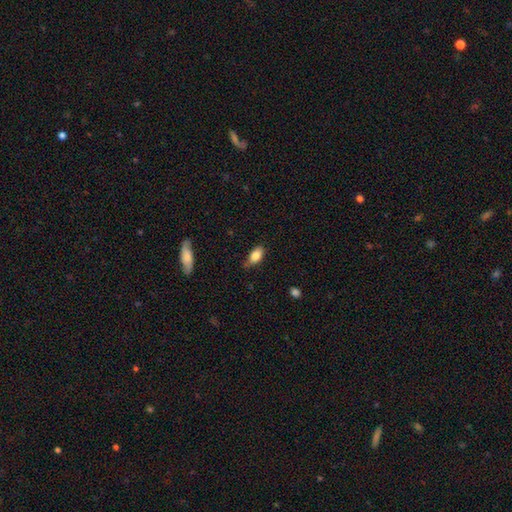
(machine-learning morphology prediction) A smooth galaxy with no disk features (84%) that is in between round and cigar-shaped (90%). Merging: none (70%).